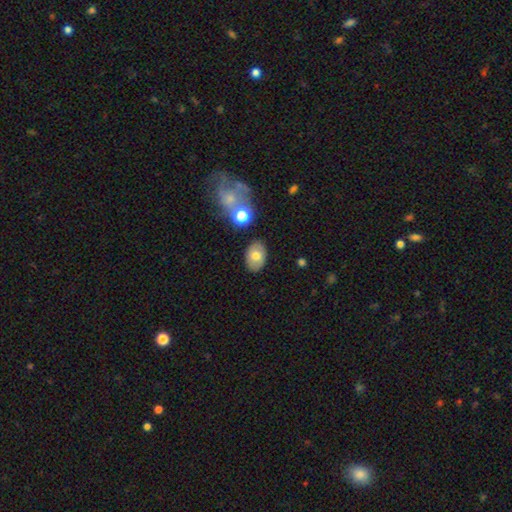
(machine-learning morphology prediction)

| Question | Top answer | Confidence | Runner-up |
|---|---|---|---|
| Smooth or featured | smooth | 72% | featured or disk (20%) |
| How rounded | in between | 84% | round (15%) |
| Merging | none | 83% | minor disturbance (10%) |